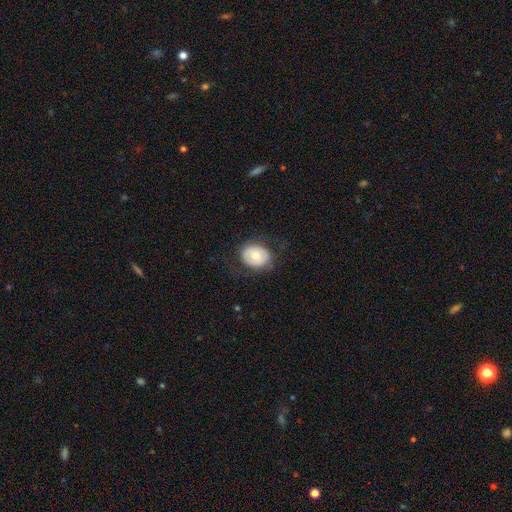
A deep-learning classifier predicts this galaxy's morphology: Smooth or featured? smooth (63%)
How rounded? round (55%)
Merging? none (78%)